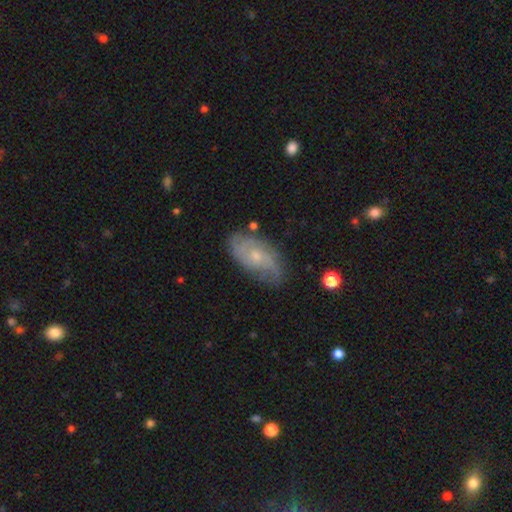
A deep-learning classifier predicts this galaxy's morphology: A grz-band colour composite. It shows a featured or disk galaxy (66%) with no bar (77%), 2 (49%) medium (38%, tied with tight) spiral arms (85%) and a small central bulge (69%). Merging: none (69%).